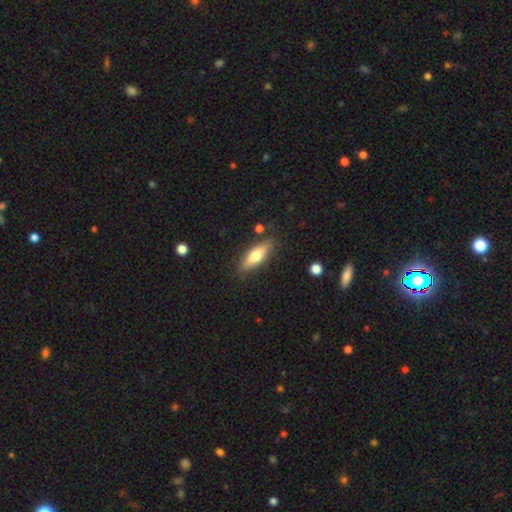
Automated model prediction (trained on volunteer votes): smooth_or_featured: smooth (p=0.62) [alt: featured or disk p=0.32]
how_rounded: in between (p=0.53) [alt: cigar-shaped p=0.44]
merging: none (p=0.83) [alt: minor disturbance p=0.11]